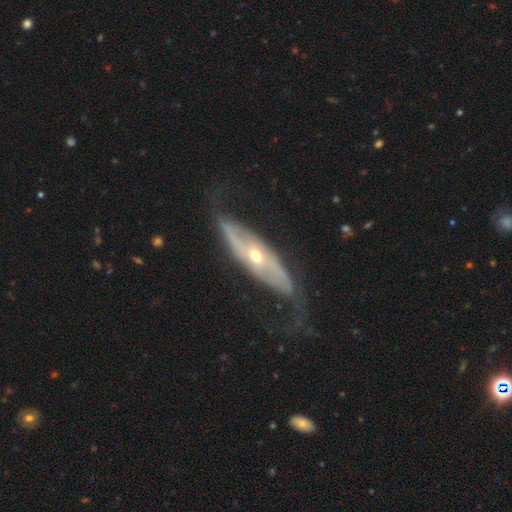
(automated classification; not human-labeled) Morphology: type=featured or disk (80%); edge-on=no (72%); bar=no (64%); spiral arms=yes (77%); bulge=moderate (55%); merging=none (61%).